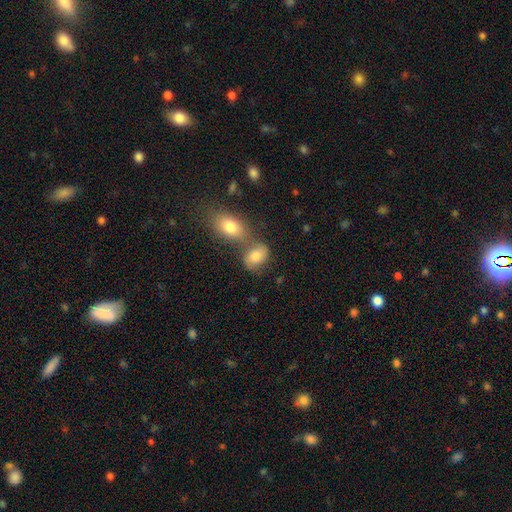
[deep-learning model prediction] smooth_or_featured: smooth (p=0.76) [alt: featured or disk p=0.14]
how_rounded: in between (p=0.70) [alt: round p=0.28]
merging: merger (p=0.42) [alt: none p=0.41]